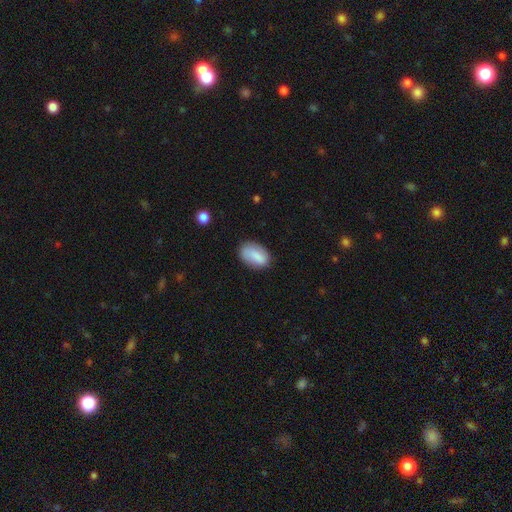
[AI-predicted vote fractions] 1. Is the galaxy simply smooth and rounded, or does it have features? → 83% smooth, 10% featured or disk, 7% star or artifact.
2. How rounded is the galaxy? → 91% in between, 7% round, 2% cigar-shaped.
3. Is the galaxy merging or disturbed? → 74% none, 19% minor disturbance, 5% major disturbance, 2% merger.